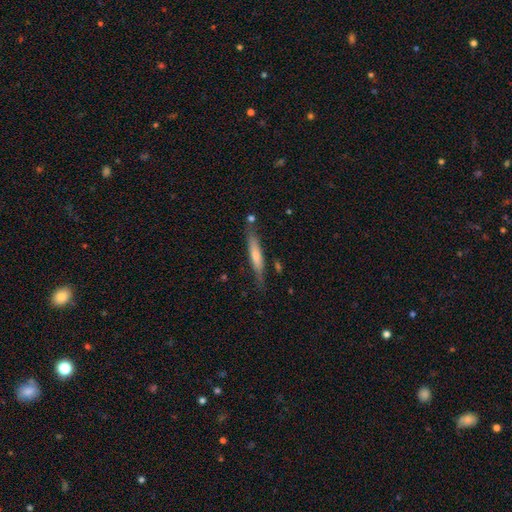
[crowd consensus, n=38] Q: Smooth or featured?
A: featured or disk (61%); runner-up: smooth (37%)
Q: Edge-on disk?
A: yes (91%); runner-up: no (9%)
Q: Edge-on bulge?
A: rounded (48%); runner-up: none (29%)
Q: Merging?
A: none (81%); runner-up: merger (11%)